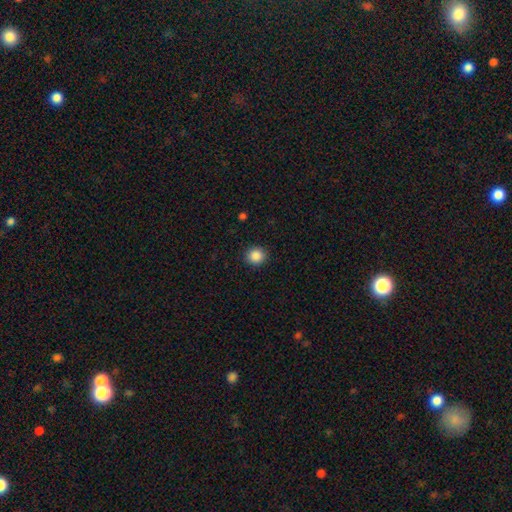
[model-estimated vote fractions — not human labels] smooth 87%, star or artifact 10%, featured or disk 3%. Down the decision tree: how rounded — round (89%); merging — none (91%).